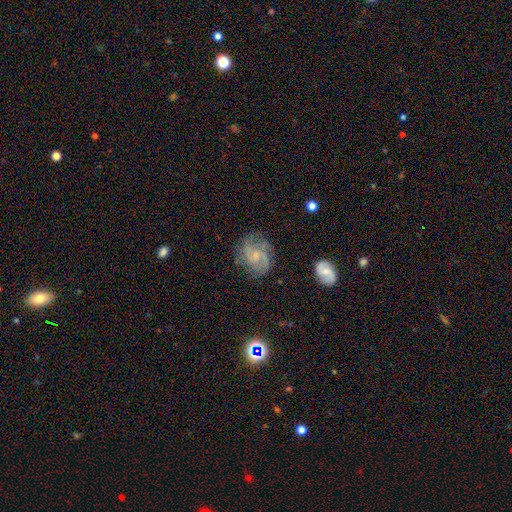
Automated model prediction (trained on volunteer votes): A featured or disk galaxy (79%) with no bar (54%), 2 (52%) medium (50%) spiral arms (95%) and a small central bulge (70%). Merging: none (69%).